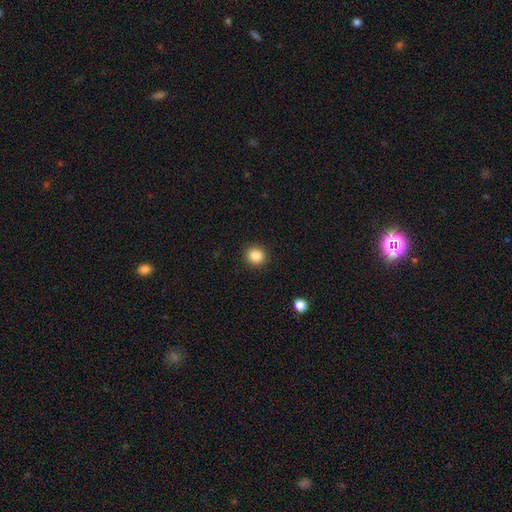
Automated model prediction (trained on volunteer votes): This is clearly a smooth galaxy (86%). How rounded: clearly round (89%). Merging: clearly none (91%).